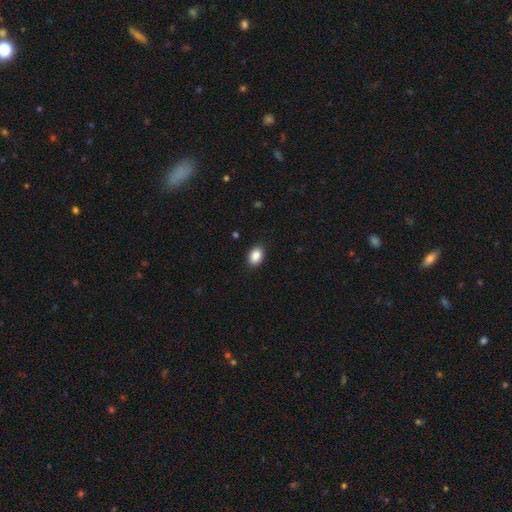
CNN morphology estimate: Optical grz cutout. It shows a smooth galaxy with no disk features (89%) that is in between round and cigar-shaped (83%). Merging: none (89%).